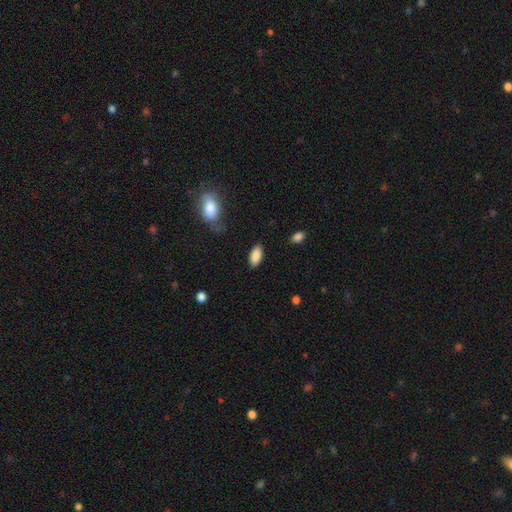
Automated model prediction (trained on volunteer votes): This is clearly a smooth galaxy (88%). How rounded: clearly in between (92%). Merging: clearly none (86%).